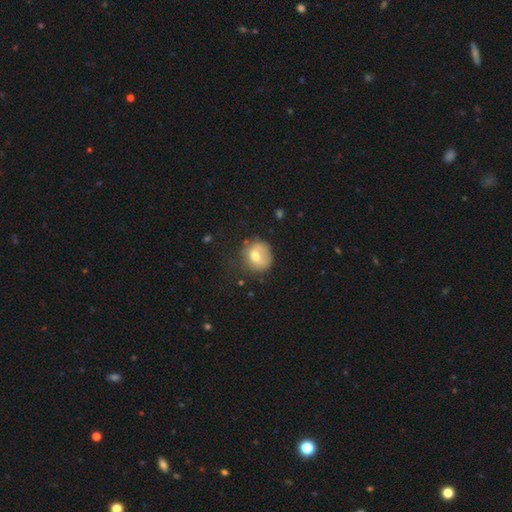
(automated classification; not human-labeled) Smooth or featured?
  - smooth: 65% *
  - featured or disk: 26%
  - star or artifact: 9%
How rounded?
  - round: 74% *
  - in between: 25%
  - cigar-shaped: 1%
Merging?
  - none: 51% *
  - minor disturbance: 27%
  - major disturbance: 18%
  - merger: 4%